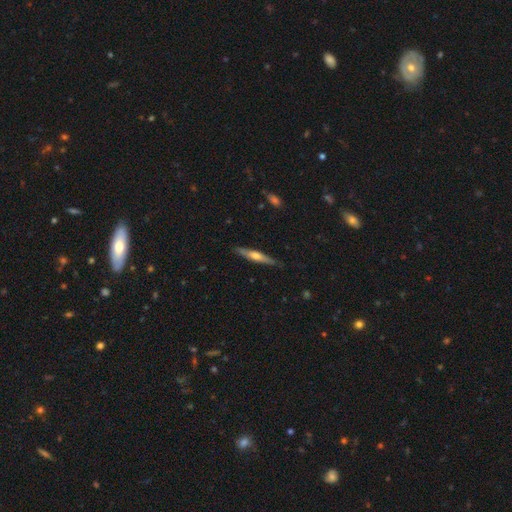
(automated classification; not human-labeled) smooth_or_featured: featured or disk (p=0.54) [alt: smooth p=0.40]
disk_edge_on: yes (p=0.94) [alt: no p=0.06]
edge_on_bulge: rounded (p=0.79) [alt: none p=0.12]
merging: none (p=0.87) [alt: minor disturbance p=0.10]